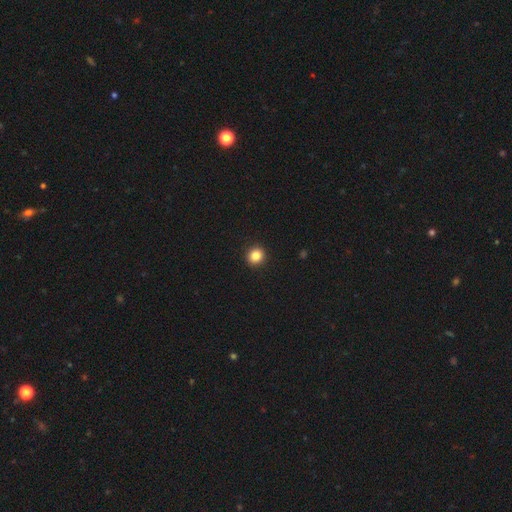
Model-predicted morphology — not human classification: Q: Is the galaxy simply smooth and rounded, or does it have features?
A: smooth — 85%.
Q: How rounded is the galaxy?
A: round — 89%.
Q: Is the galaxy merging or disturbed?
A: none — 93%.